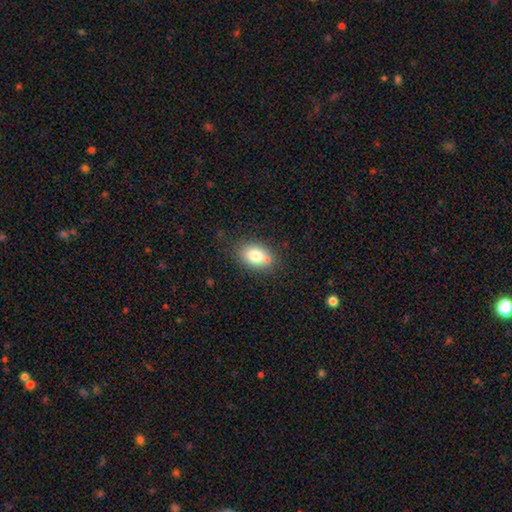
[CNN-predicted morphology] smooth-or-featured: smooth: 79% | featured or disk: 12% | star or artifact: 9%
  how-rounded: in between: 79% | round: 19% | cigar-shaped: 1%
  merging: none: 71% | minor disturbance: 15% | merger: 10% | major disturbance: 4%